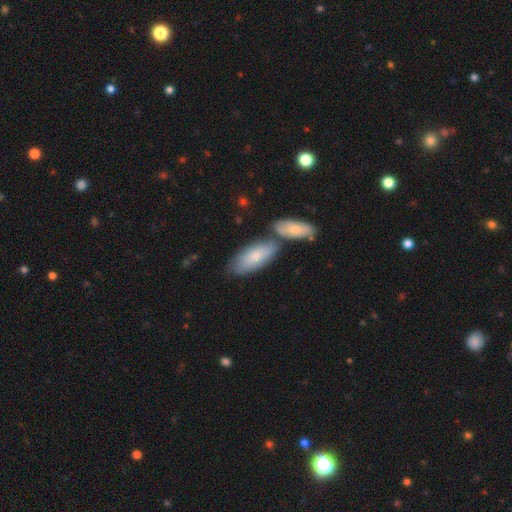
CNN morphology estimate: This is likely a smooth galaxy (72%). How rounded: clearly in between (81%). Merging: possibly none (53%).